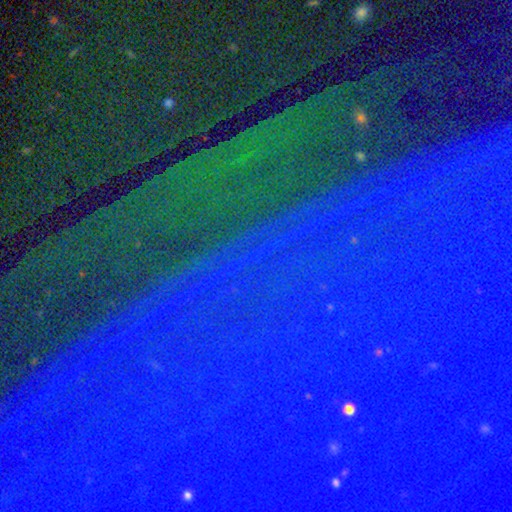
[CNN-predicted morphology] A star or artifact, not a galaxy (88%).